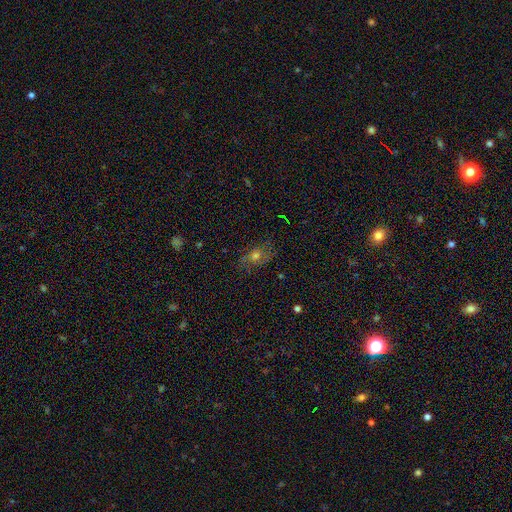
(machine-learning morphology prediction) A smooth galaxy with no disk features (47%).

Vote fractions:
- Smooth or featured? smooth: 47% / featured or disk: 32% / star or artifact: 21%
- Merging? none: 72% / minor disturbance: 18% / major disturbance: 8% / merger: 2%